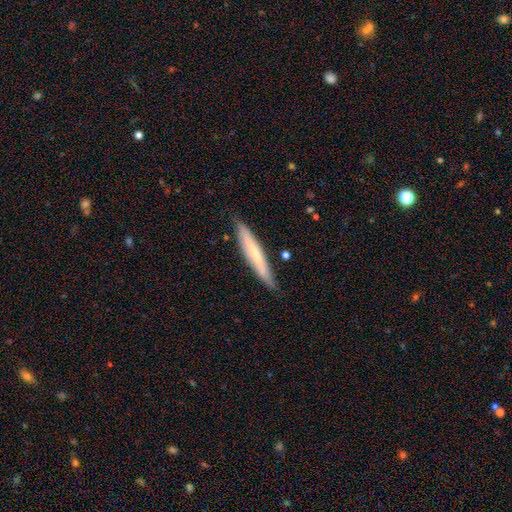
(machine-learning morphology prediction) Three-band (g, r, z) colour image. It shows a smooth galaxy with no disk features (54%) that is cigar-shaped (94%). Merging: none (88%).